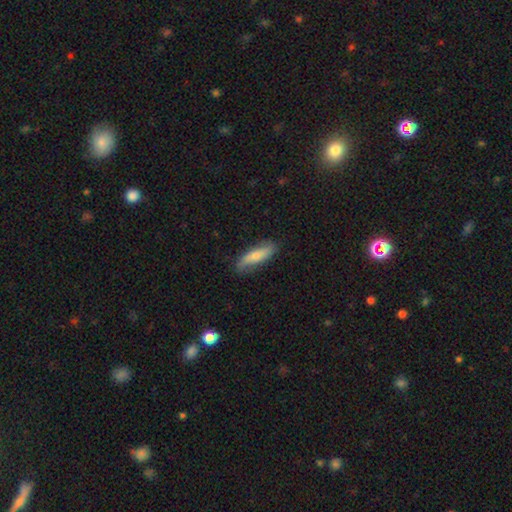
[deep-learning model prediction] Overall: smooth (63%; featured or disk 32%). How rounded: cigar-shaped (57%; in between 41%). Merging: none (76%).